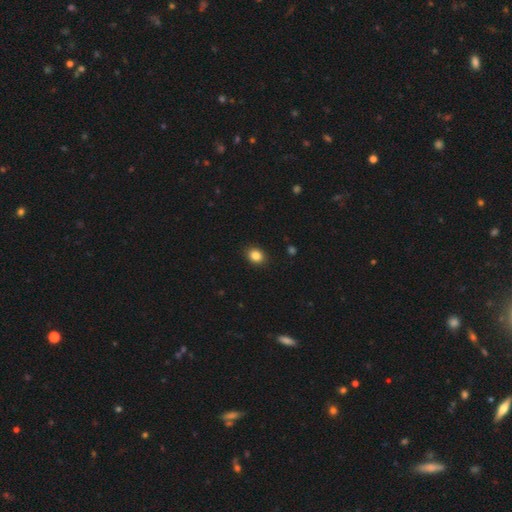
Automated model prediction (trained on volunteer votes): smooth-or-featured: smooth: 86% | star or artifact: 10% | featured or disk: 5%
  how-rounded: round: 52% | in between: 47% | cigar-shaped: 1%
  merging: none: 90% | minor disturbance: 7% | major disturbance: 2% | merger: 1%